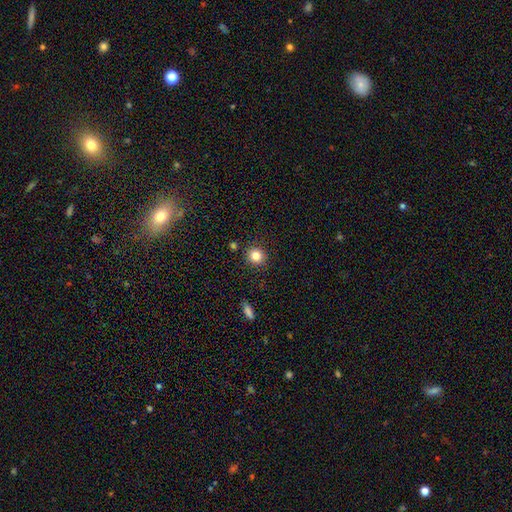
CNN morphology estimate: A smooth galaxy with no disk features (83%) that is round (90%).

Vote fractions:
- Smooth or featured? smooth: 83% / star or artifact: 11% / featured or disk: 6%
- How rounded? round: 90% / in between: 9% / cigar-shaped: 1%
- Merging? none: 89% / minor disturbance: 7% / merger: 3% / major disturbance: 2%